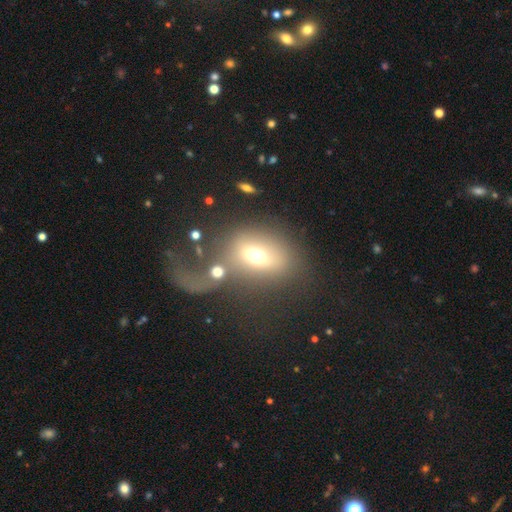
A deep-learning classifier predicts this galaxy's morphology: A smooth galaxy with no disk features (57%) that is in between round and cigar-shaped (65%).

Vote fractions:
- Smooth or featured? smooth: 57% / featured or disk: 31% / star or artifact: 12%
- How rounded? in between: 65% / round: 32% / cigar-shaped: 3%
- Merging? major disturbance: 36% / merger: 27% / none: 25% / minor disturbance: 12%